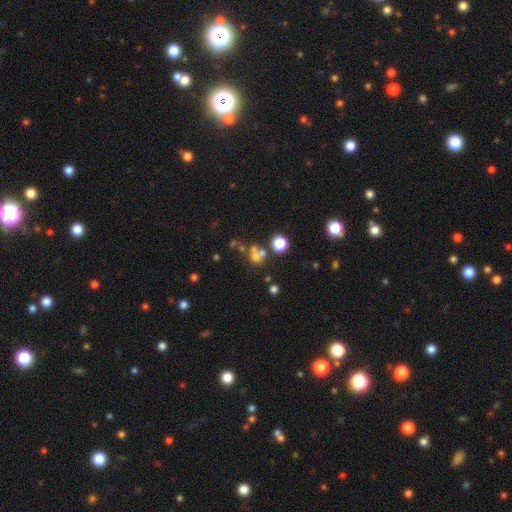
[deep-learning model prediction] This is possibly a smooth galaxy (57%). How rounded: clearly round (83%). Merging: possibly none (45%).